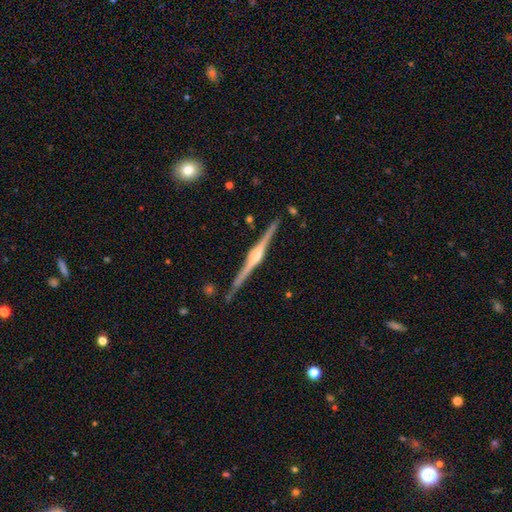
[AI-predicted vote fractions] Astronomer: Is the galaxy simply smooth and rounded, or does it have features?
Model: featured or disk — 89%.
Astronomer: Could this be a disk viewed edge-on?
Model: yes — 99%.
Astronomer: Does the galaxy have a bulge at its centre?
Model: rounded — 84%.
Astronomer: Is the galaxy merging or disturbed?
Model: none — 89%.